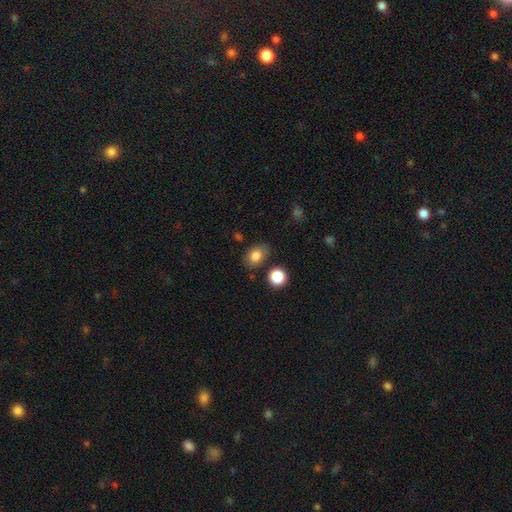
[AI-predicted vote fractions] Q: Smooth or featured?
A: smooth (82%); runner-up: star or artifact (9%)
Q: How rounded?
A: in between (73%); runner-up: round (26%)
Q: Merging?
A: none (78%); runner-up: minor disturbance (14%)